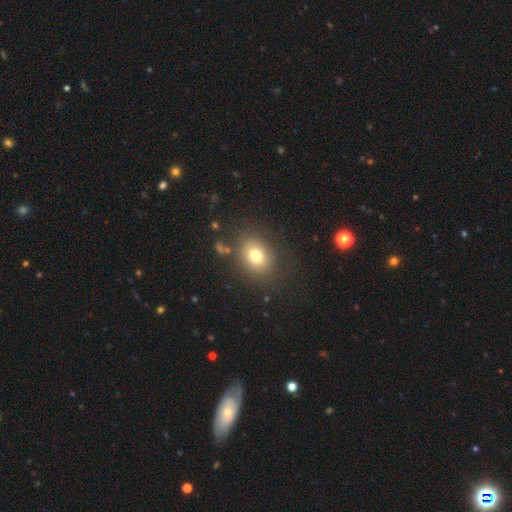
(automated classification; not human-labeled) Smooth or featured: smooth — 76% (star or artifact — 13%)
How rounded: round — 50% (in between — 49%)
Merging: none — 80% (minor disturbance — 11%)